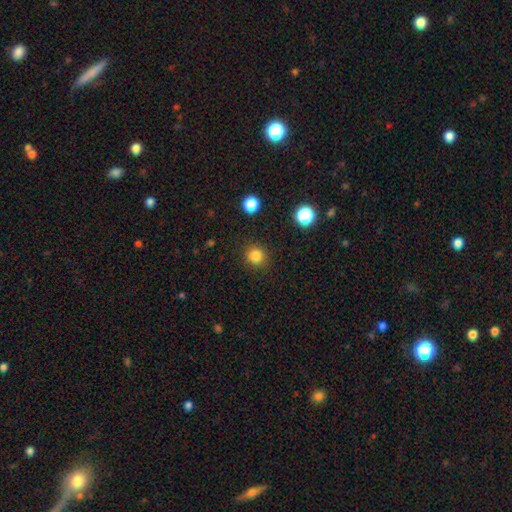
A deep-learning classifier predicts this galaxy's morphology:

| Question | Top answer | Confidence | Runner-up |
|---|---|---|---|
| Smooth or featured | smooth | 83% | star or artifact (13%) |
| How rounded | round | 92% | in between (7%) |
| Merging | none | 90% | minor disturbance (6%) |